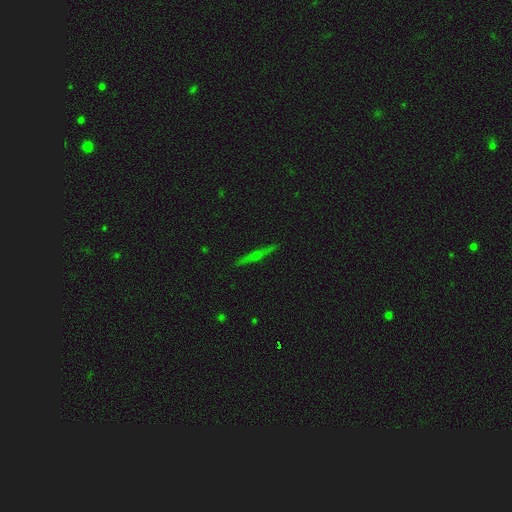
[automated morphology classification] Q: Smooth or featured?
A: featured or disk (77%); runner-up: smooth (14%)
Q: Edge-on disk?
A: yes (98%); runner-up: no (2%)
Q: Edge-on bulge?
A: rounded (89%); runner-up: none (7%)
Q: Merging?
A: none (91%); runner-up: minor disturbance (6%)